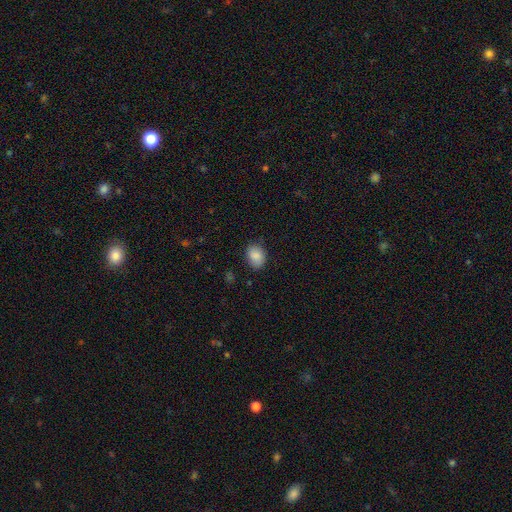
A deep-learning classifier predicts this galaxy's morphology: Smooth or featured: smooth — 87% (star or artifact — 8%)
How rounded: in between — 69% (round — 30%)
Merging: none — 80% (minor disturbance — 15%)